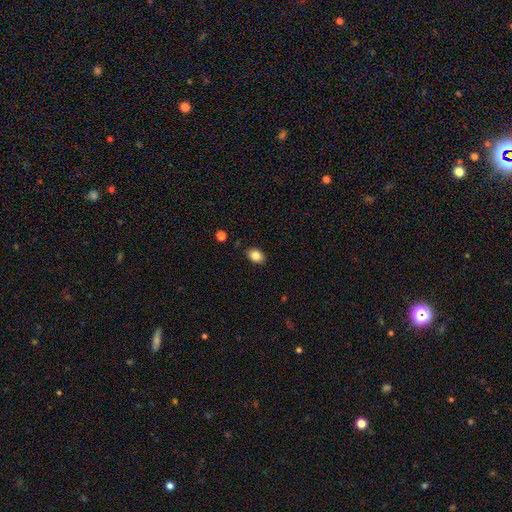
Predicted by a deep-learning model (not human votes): A smooth galaxy with no disk features (84%) that is in between round and cigar-shaped (70%).

Vote fractions:
- Smooth or featured? smooth: 84% / star or artifact: 9% / featured or disk: 7%
- How rounded? in between: 70% / round: 29% / cigar-shaped: 1%
- Merging? none: 87% / minor disturbance: 10% / major disturbance: 2% / merger: 1%